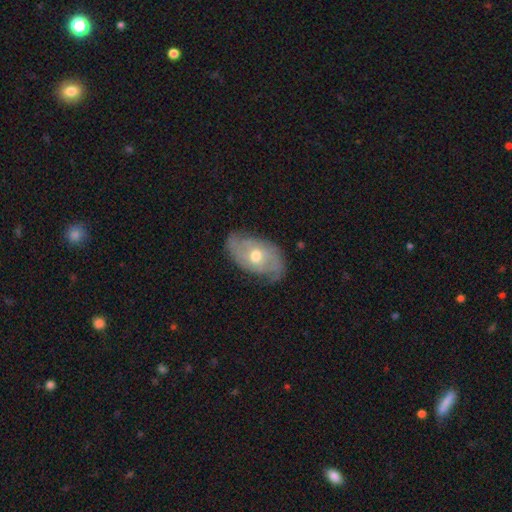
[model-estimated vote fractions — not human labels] Q: Smooth or featured?
A: featured or disk (70%); runner-up: smooth (23%)
Q: Edge-on disk?
A: no (92%); runner-up: yes (8%)
Q: Bar?
A: no (72%); runner-up: weak (23%)
Q: Spiral arms?
A: yes (81%); runner-up: no (19%)
Q: Spiral winding?
A: tight (44%); runner-up: medium (36%)
Q: Spiral arm count?
A: 2 (60%); runner-up: can't tell (25%)
Q: Bulge size?
A: moderate (77%); runner-up: small (16%)
Q: Merging?
A: none (70%); runner-up: minor disturbance (23%)